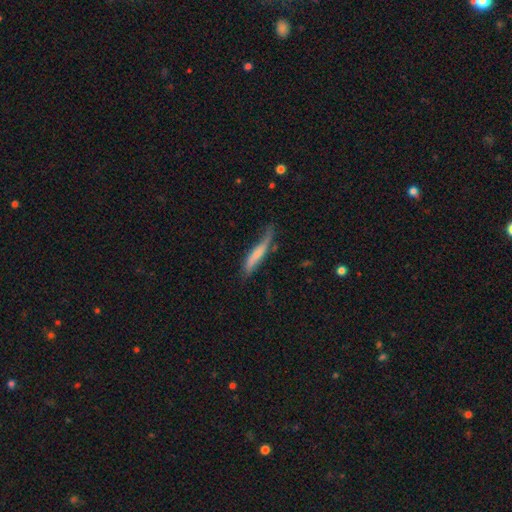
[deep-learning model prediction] smooth_or_featured: smooth (p=0.58) [alt: featured or disk p=0.36]
how_rounded: cigar-shaped (p=0.86) [alt: in between p=0.12]
merging: none (p=0.47) [alt: minor disturbance p=0.33]